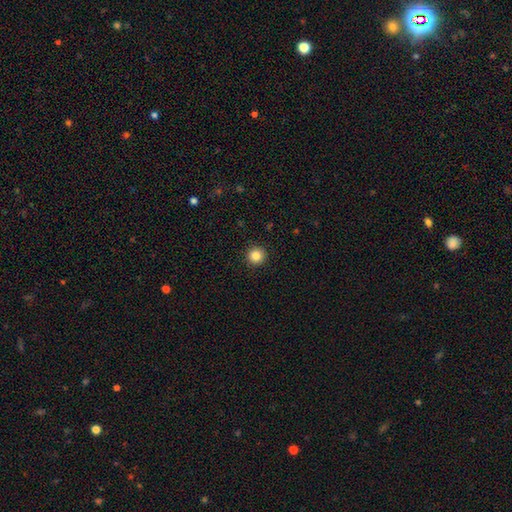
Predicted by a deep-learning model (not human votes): smooth 85%, star or artifact 10%, featured or disk 4%. Down the decision tree: how rounded — round (95%); merging — none (93%).